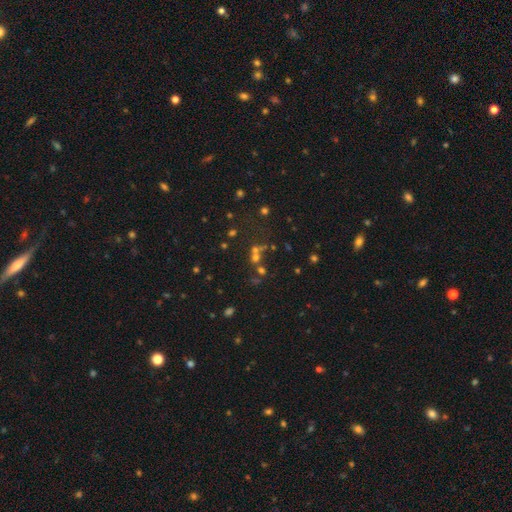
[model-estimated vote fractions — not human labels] This is possibly a star or artifact rather than a galaxy (47%).